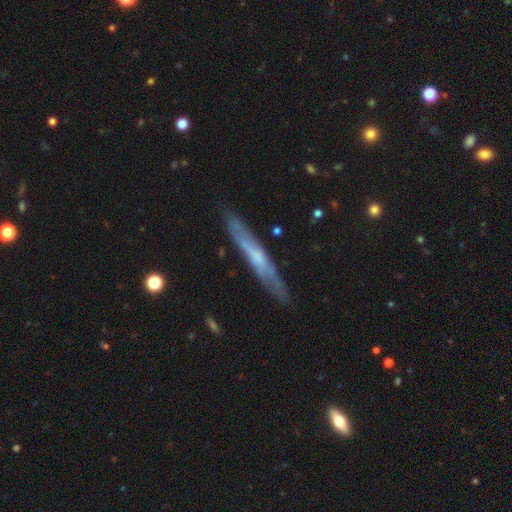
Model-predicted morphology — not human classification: smooth-or-featured: featured or disk: 59% | smooth: 35% | star or artifact: 6%
  disk-edge-on: yes: 81% | no: 19%
  merging: none: 80% | minor disturbance: 15% | major disturbance: 3% | merger: 2%